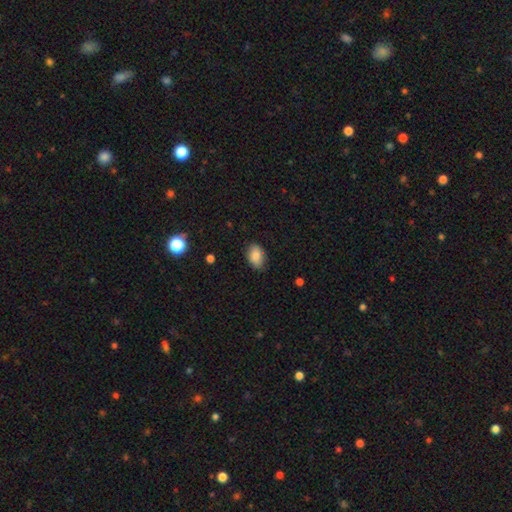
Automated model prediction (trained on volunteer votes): Smooth or featured?
  - smooth: 86% *
  - star or artifact: 8%
  - featured or disk: 6%
How rounded?
  - in between: 88% *
  - round: 11%
  - cigar-shaped: 1%
Merging?
  - none: 81% *
  - minor disturbance: 15%
  - major disturbance: 3%
  - merger: 1%